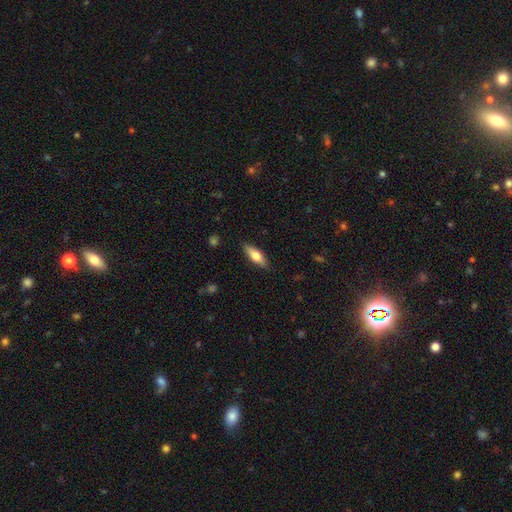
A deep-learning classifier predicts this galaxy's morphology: Q: Smooth or featured?
A: smooth (68%); runner-up: featured or disk (26%)
Q: How rounded?
A: in between (61%); runner-up: cigar-shaped (37%)
Q: Merging?
A: none (87%); runner-up: minor disturbance (10%)